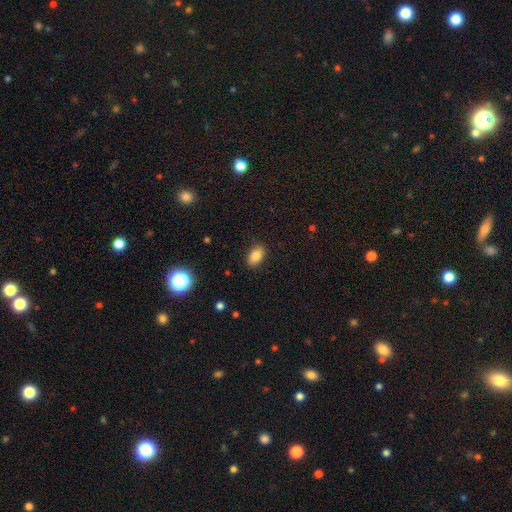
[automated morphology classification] A smooth galaxy with no disk features (83%) that is in between round and cigar-shaped (87%). Merging: none (85%).